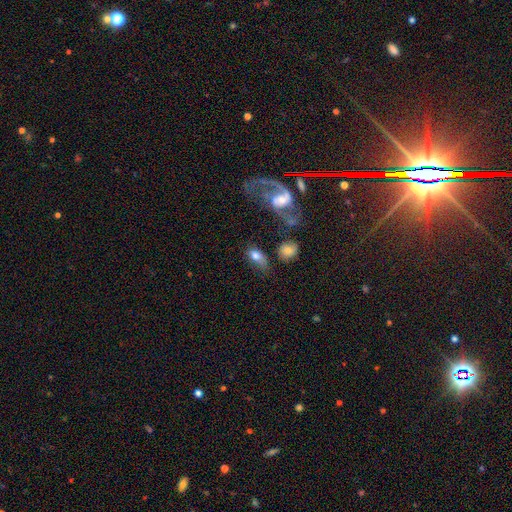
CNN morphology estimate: A smooth galaxy with no disk features (66%) that is in between round and cigar-shaped (84%). Merging: none (43%).